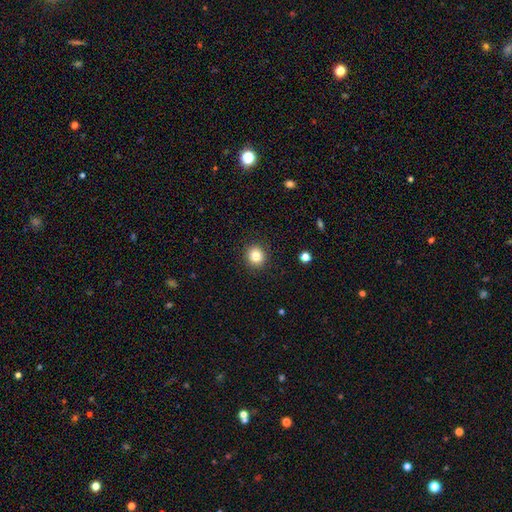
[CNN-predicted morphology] type=smooth (83%); roundness=round (89%); merging=none (91%).